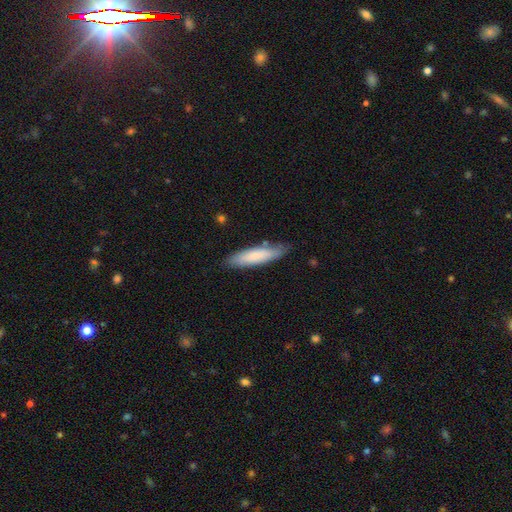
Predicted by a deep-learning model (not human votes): Smooth or featured: smooth — 77% (featured or disk — 17%)
How rounded: cigar-shaped — 73% (in between — 26%)
Merging: none — 81% (minor disturbance — 15%)